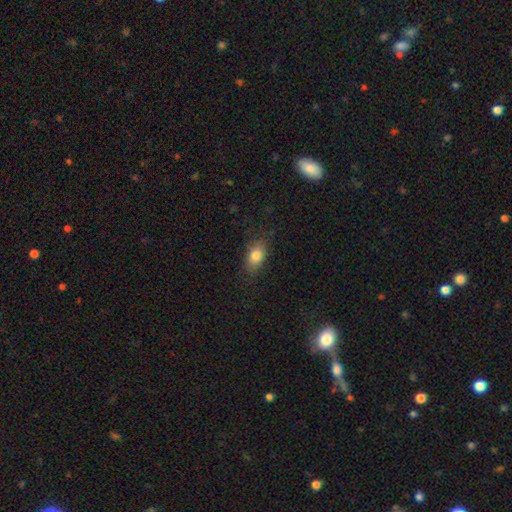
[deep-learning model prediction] The model was most divided on "merging": none: 82%, minor disturbance: 14%, major disturbance: 4%, merger: 1%. More confident: how rounded — in between (86%); smooth or featured — smooth (82%).